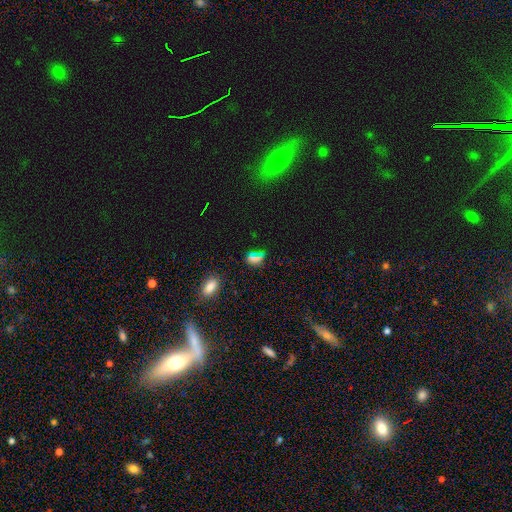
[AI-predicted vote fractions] This is possibly a smooth galaxy (51%). How rounded: possibly in between (56%). Merging: likely none (70%).